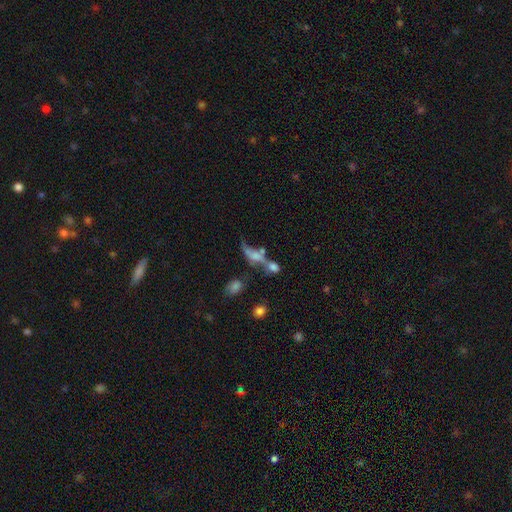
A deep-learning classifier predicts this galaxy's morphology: smooth 43%, featured or disk 42%, star or artifact 15%. Down the decision tree: merging — merger (48%).